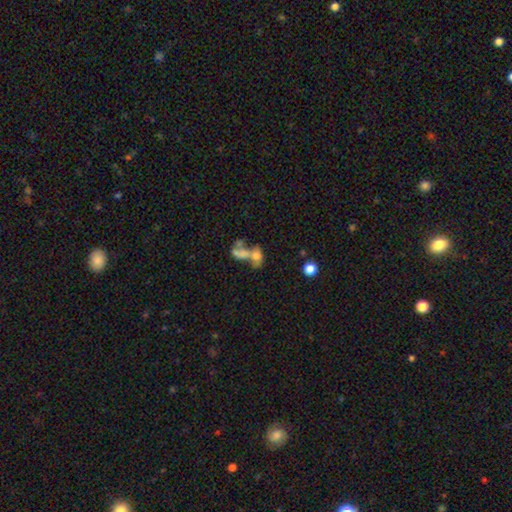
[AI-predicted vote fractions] smooth-or-featured: smooth: 53% | featured or disk: 33% | star or artifact: 15%
  how-rounded: in between: 73% | round: 22% | cigar-shaped: 5%
  merging: merger: 61% | none: 16% | major disturbance: 16% | minor disturbance: 7%